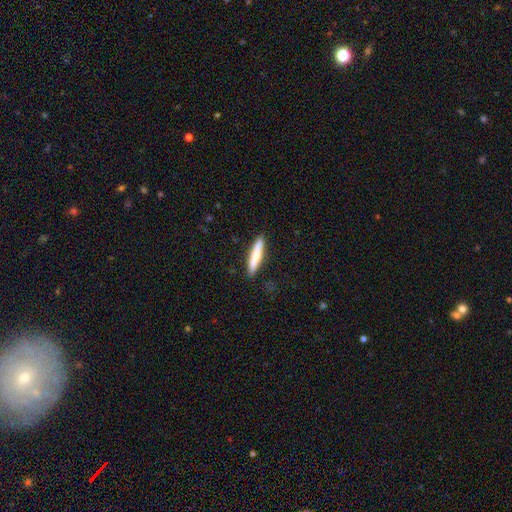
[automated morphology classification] A smooth galaxy with no disk features (70%) that is cigar-shaped (90%). Merging: none (89%).